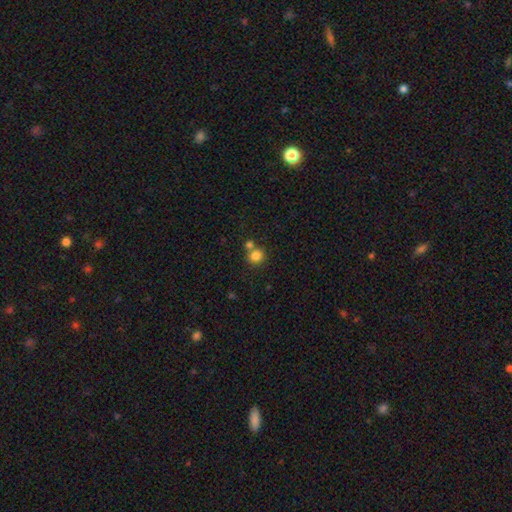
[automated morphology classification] This appears to be a smooth galaxy with no disk features (82%) that is round (88%). Merging: none (60%).